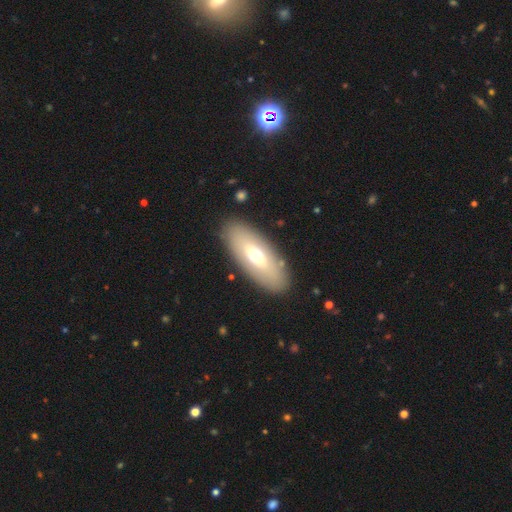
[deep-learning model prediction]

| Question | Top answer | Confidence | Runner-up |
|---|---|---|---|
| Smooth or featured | smooth | 56% | featured or disk (37%) |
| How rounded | in between | 80% | cigar-shaped (17%) |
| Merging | none | 86% | minor disturbance (9%) |